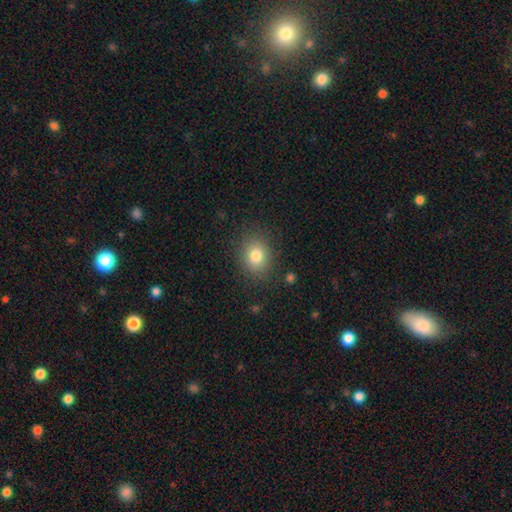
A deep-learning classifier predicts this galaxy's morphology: This appears to be a smooth galaxy with no disk features (80%) that is round (60%). Merging: none (85%).